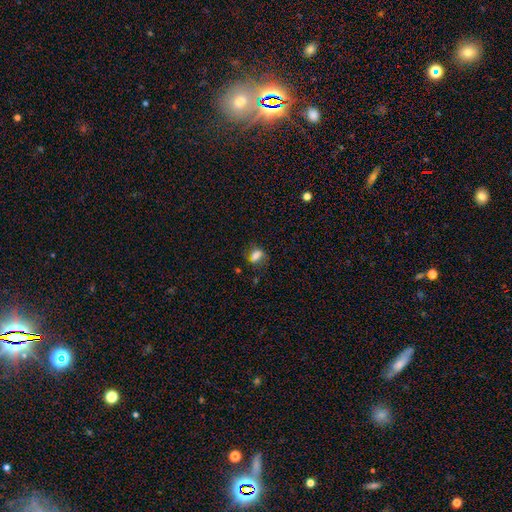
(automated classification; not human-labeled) Smooth or featured? smooth (69%)
How rounded? in between (71%)
Merging? none (65%)